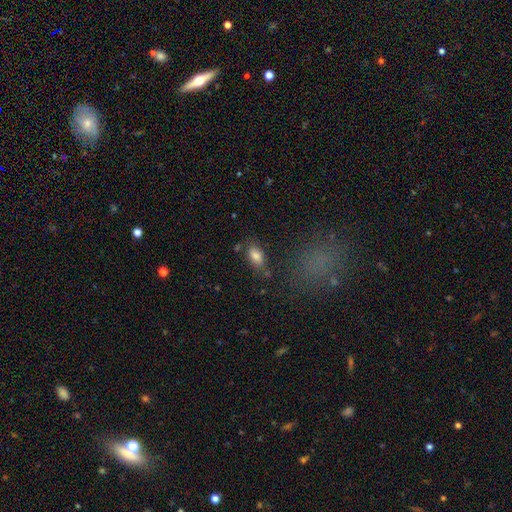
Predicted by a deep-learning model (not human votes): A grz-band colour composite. It shows a smooth galaxy with no disk features (83%) that is in between round and cigar-shaped (90%). Merging: none (72%).